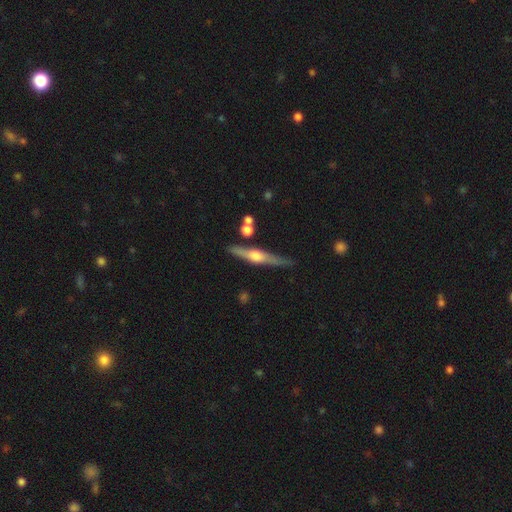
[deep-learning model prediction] Smooth or featured? featured or disk (72%)
Edge-on disk? yes (97%)
Edge-on bulge? rounded (91%)
Merging? none (82%)